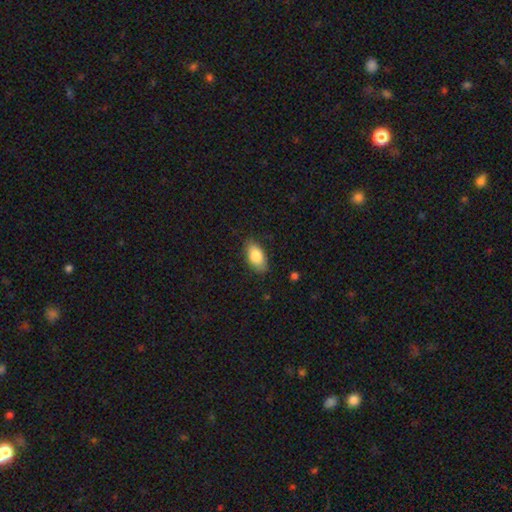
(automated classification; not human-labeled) smooth-or-featured: smooth: 83% | featured or disk: 11% | star or artifact: 7%
  how-rounded: in between: 91% | cigar-shaped: 5% | round: 3%
  merging: none: 84% | minor disturbance: 12% | major disturbance: 3% | merger: 1%